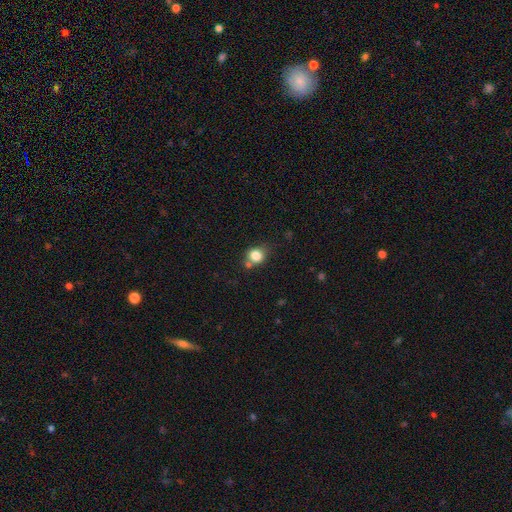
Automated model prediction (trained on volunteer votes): Smooth or featured? Predicted: smooth (p=0.82). How rounded? Predicted: round (p=0.73). Merging? Predicted: none (p=0.62).